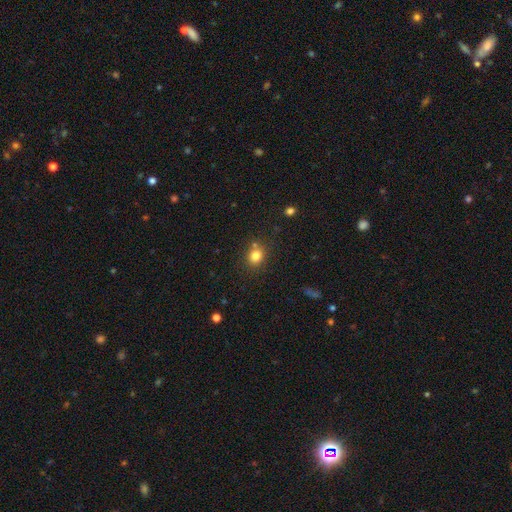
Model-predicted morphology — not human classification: smooth-or-featured: smooth: 81% | star or artifact: 13% | featured or disk: 7%
  how-rounded: round: 72% | in between: 27% | cigar-shaped: 1%
  merging: none: 75% | minor disturbance: 11% | merger: 10% | major disturbance: 3%